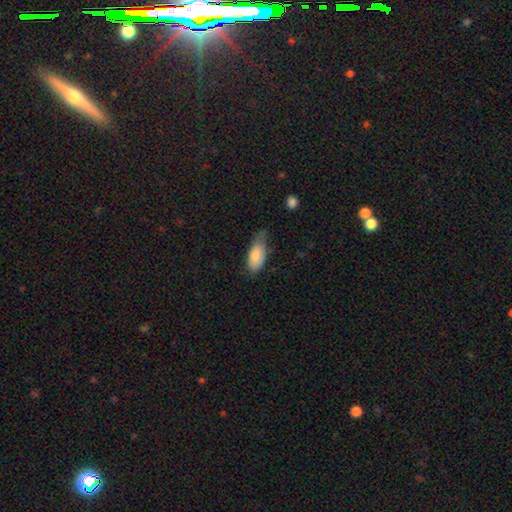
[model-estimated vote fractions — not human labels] smooth 78%, featured or disk 16%, star or artifact 7%. Down the decision tree: how rounded — in between (87%); merging — none (47%).